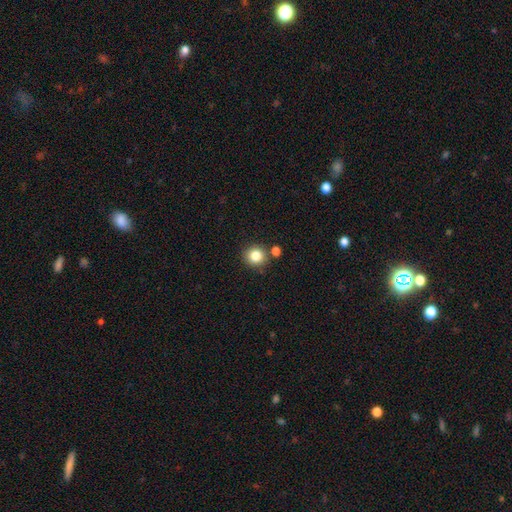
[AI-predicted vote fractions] Q: Smooth or featured?
A: smooth (82%); runner-up: star or artifact (11%)
Q: How rounded?
A: round (90%); runner-up: in between (9%)
Q: Merging?
A: none (81%); runner-up: merger (9%)